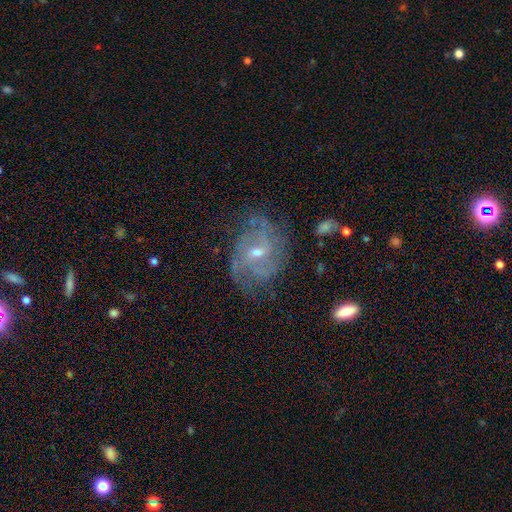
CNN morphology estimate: smooth-or-featured: featured or disk: 80% | star or artifact: 12% | smooth: 8%
  disk-edge-on: no: 97% | yes: 3%
    bar: no: 44% (tied) | weak: 44% (tied) | strong: 12%
    has-spiral-arms: yes: 95% | no: 5%
      spiral-winding: tight: 51% | medium: 37% | loose: 11%
      spiral-arm-count: can't tell: 27% | 3: 24% | 2: 22% | 4: 14% | more than 4: 7% | 1: 7%
    bulge-size: small: 53% | moderate: 43% | none: 1% | large: 1% | dominant: 1%
  merging: none: 76% | minor disturbance: 16% | major disturbance: 7% | merger: 2%